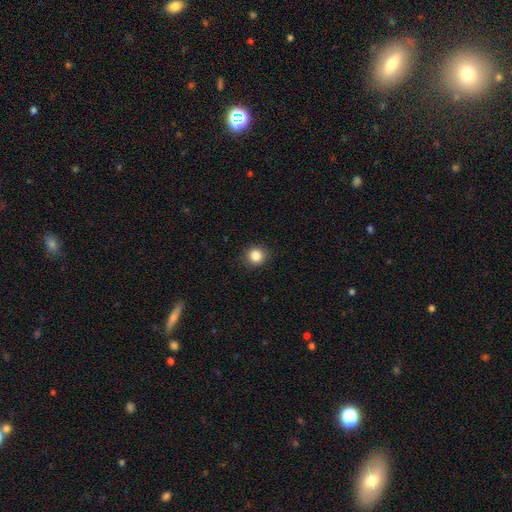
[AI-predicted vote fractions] Smooth or featured? smooth (85%)
How rounded? round (85%)
Merging? none (88%)